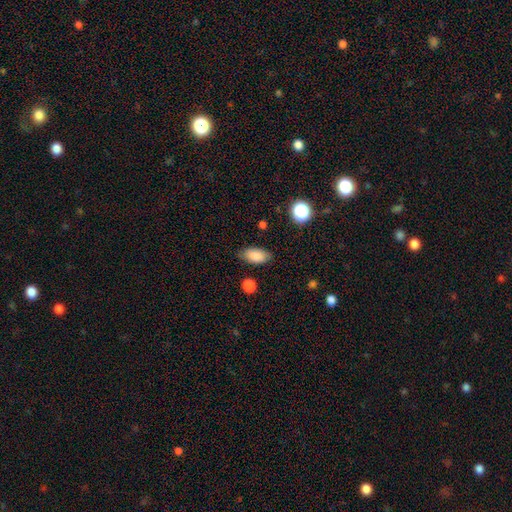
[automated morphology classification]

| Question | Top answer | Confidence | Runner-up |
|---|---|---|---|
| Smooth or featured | smooth | 85% | star or artifact (8%) |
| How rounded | in between | 91% | cigar-shaped (4%) |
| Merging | none | 83% | minor disturbance (12%) |